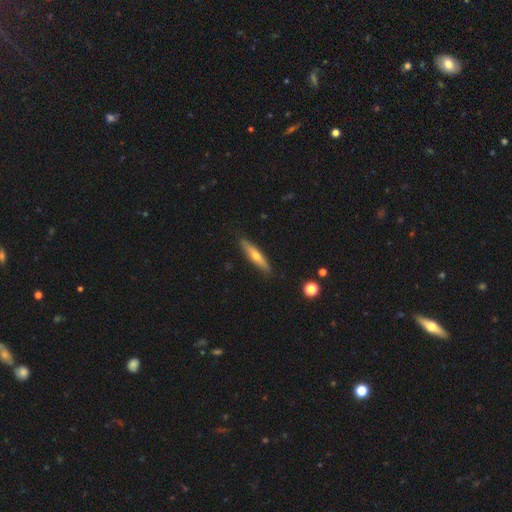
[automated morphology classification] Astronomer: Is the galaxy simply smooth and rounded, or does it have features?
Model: featured or disk — 49% (runner-up: smooth, 45%).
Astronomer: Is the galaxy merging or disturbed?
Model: none — 87%.